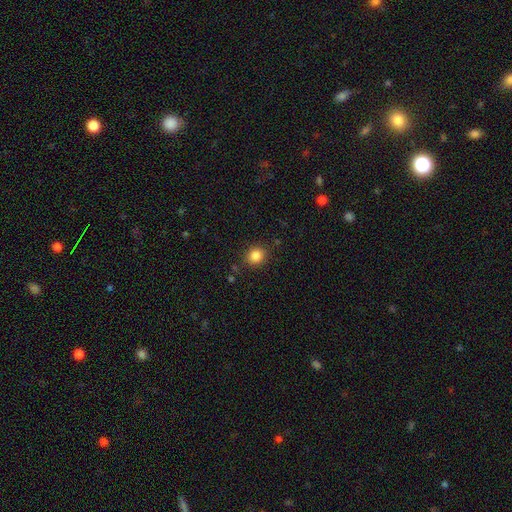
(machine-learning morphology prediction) Overall: smooth (84%). How rounded: round (80%). Merging: none (87%).